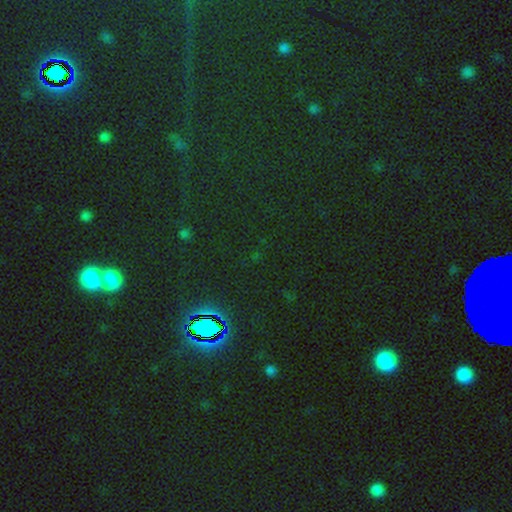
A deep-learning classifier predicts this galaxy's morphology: This is clearly a star or artifact rather than a galaxy (81%).